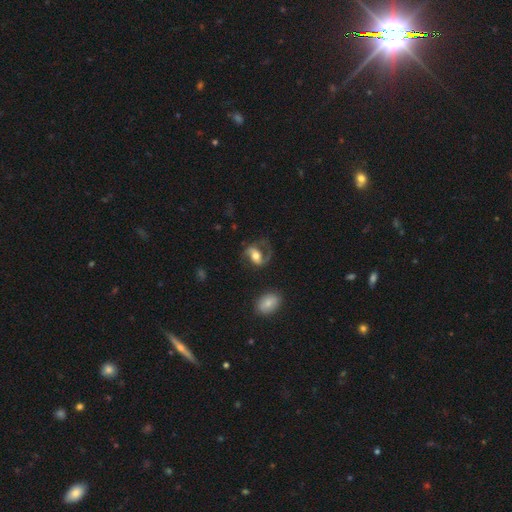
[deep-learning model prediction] The model was most divided on "bar": weak: 35%, strong: 33%, no: 32%. Remaining: edge-on disk — no (96%); spiral arms — yes (91%); spiral arm count — 2 (82%); smooth or featured — featured or disk (74%); bulge size — moderate (62%); merging — none (60%); spiral winding — medium (47%).